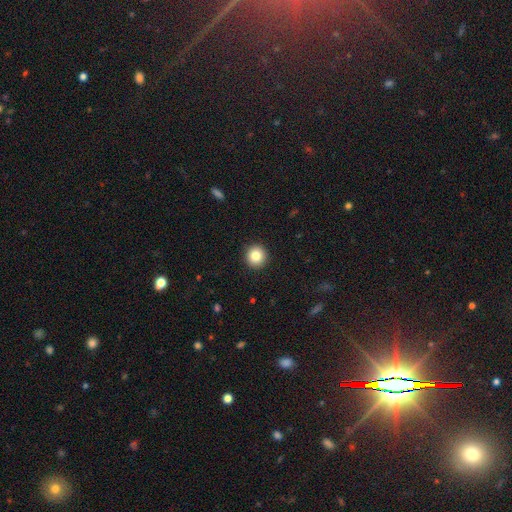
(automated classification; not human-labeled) Smooth or featured? smooth (84%)
How rounded? round (94%)
Merging? none (93%)